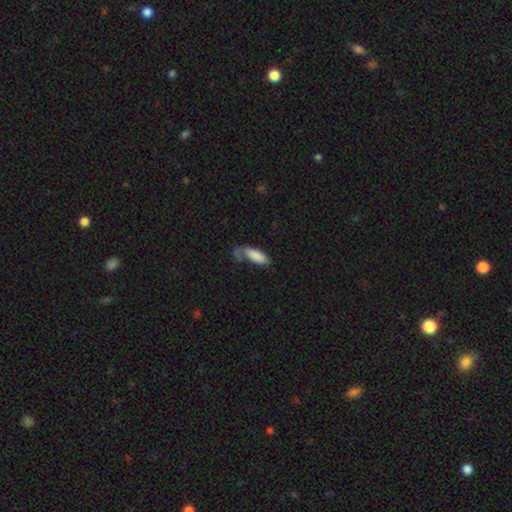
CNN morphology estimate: Smooth or featured?
  - smooth: 82% *
  - featured or disk: 11%
  - star or artifact: 6%
How rounded?
  - in between: 67% *
  - cigar-shaped: 31%
  - round: 2%
Merging?
  - none: 44% *
  - minor disturbance: 27%
  - major disturbance: 20%
  - merger: 10%